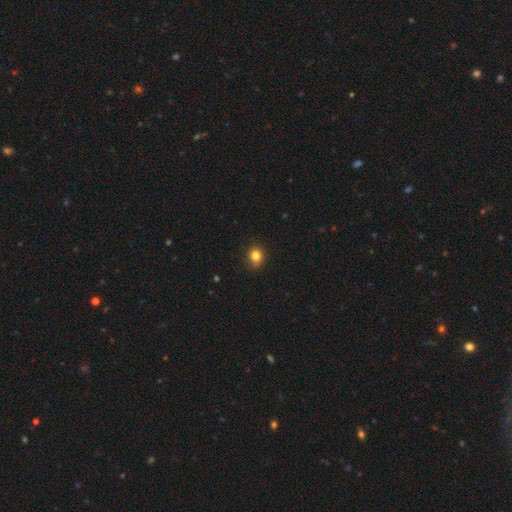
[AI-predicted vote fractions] Smooth or featured?
  - smooth: 82% *
  - star or artifact: 12%
  - featured or disk: 7%
How rounded?
  - round: 71% *
  - in between: 27%
  - cigar-shaped: 1%
Merging?
  - none: 74% *
  - minor disturbance: 21%
  - major disturbance: 4%
  - merger: 1%